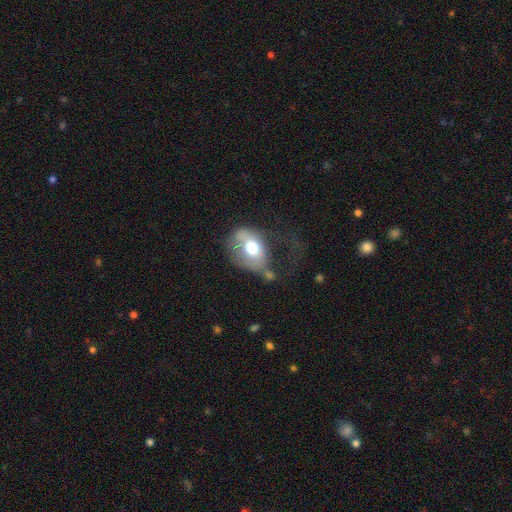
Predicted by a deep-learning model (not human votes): Q: Smooth or featured?
A: smooth (59%); runner-up: featured or disk (32%)
Q: How rounded?
A: in between (68%); runner-up: round (31%)
Q: Merging?
A: major disturbance (39%); runner-up: none (28%)